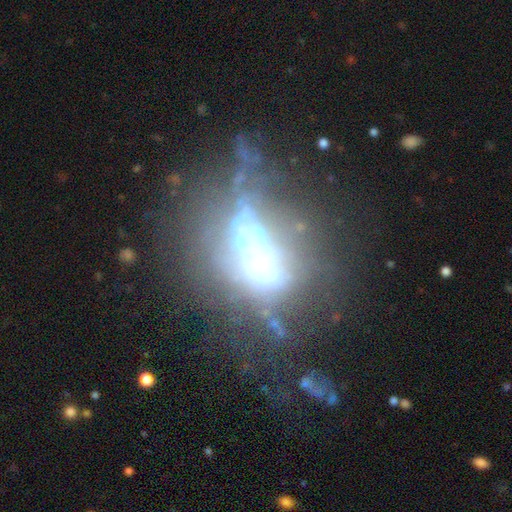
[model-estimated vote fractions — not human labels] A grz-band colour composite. It shows a featured or disk galaxy (62%). Merging: major disturbance (33%, tied with none).